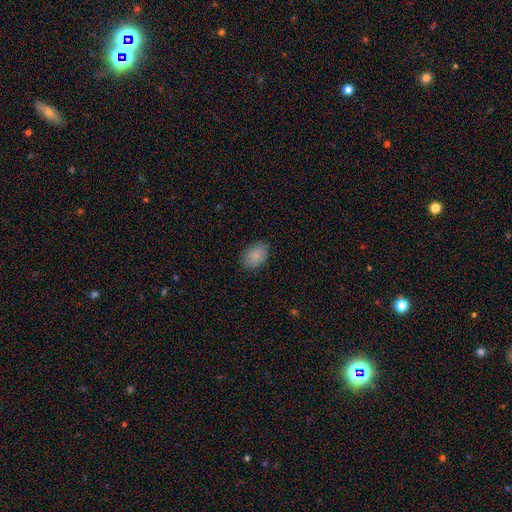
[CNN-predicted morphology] Overall: smooth (87%). How rounded: in between (82%). Merging: none (82%).